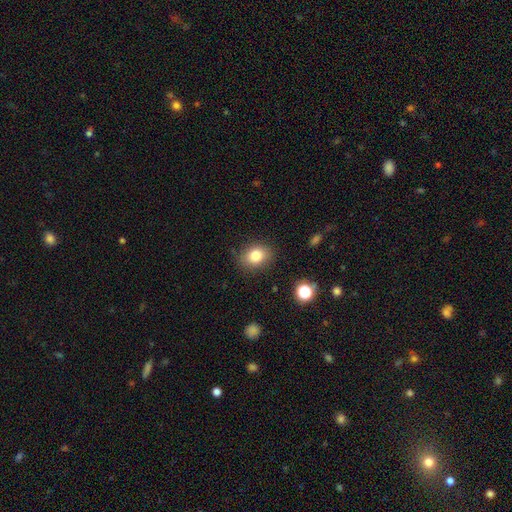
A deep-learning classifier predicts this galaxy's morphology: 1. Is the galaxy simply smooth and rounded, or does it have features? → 81% smooth, 11% star or artifact, 9% featured or disk.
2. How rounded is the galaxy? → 59% in between, 40% round, 1% cigar-shaped.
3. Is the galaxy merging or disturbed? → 84% none, 11% minor disturbance, 3% major disturbance, 1% merger.